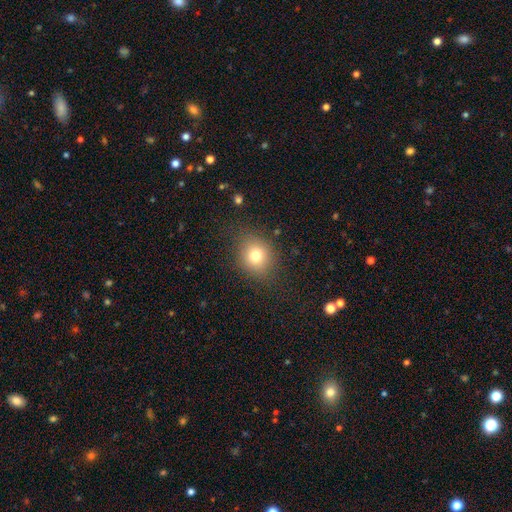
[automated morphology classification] The model was most divided on "how rounded": round: 69%, in between: 30%, cigar-shaped: 1%. More confident: merging — none (81%); smooth or featured — smooth (76%).